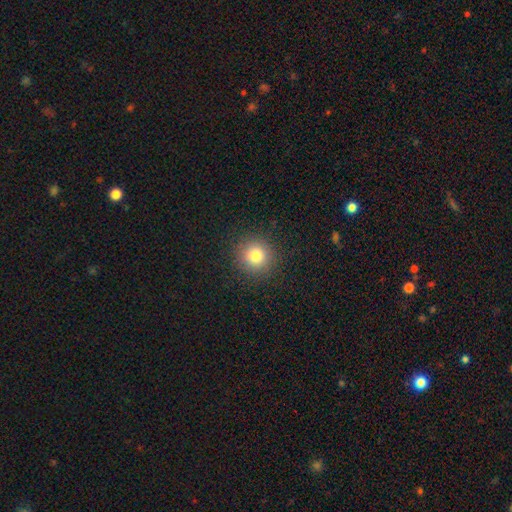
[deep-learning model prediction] Morphology: type=smooth (80%); roundness=round (93%); merging=none (90%).